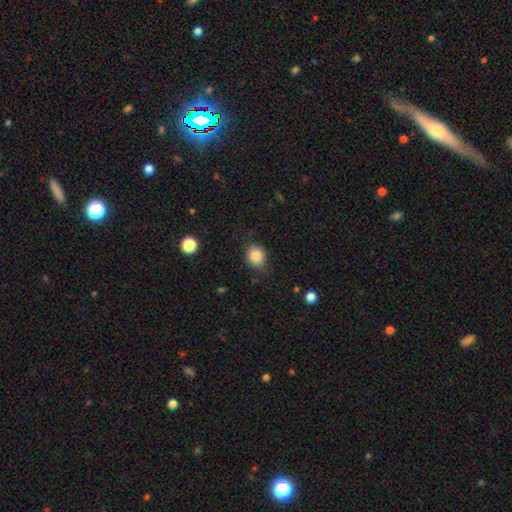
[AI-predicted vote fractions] Smooth or featured? smooth (85%)
How rounded? round (59%)
Merging? none (74%)